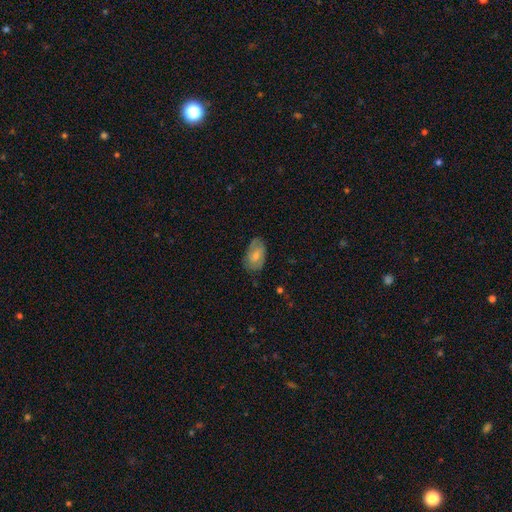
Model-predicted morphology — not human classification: smooth_or_featured: smooth (p=0.54) [alt: featured or disk p=0.39]
how_rounded: in between (p=0.91) [alt: round p=0.08]
merging: none (p=0.72) [alt: minor disturbance p=0.21]